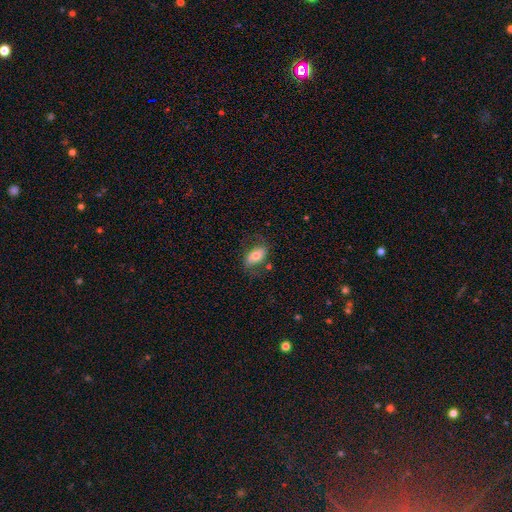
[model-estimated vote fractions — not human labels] Overall: smooth (67%). How rounded: in between (91%). Merging: none (65%).